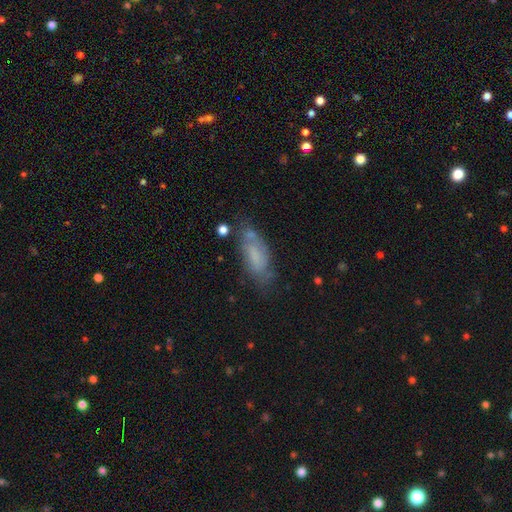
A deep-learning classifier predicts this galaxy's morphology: Q: Smooth or featured?
A: smooth (60%); runner-up: featured or disk (31%)
Q: How rounded?
A: in between (73%); runner-up: cigar-shaped (25%)
Q: Merging?
A: none (57%); runner-up: minor disturbance (26%)